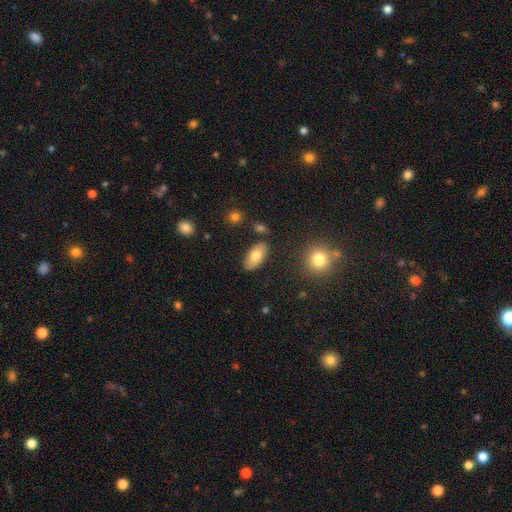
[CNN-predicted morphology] Smooth or featured? smooth (76%)
How rounded? in between (92%)
Merging? none (84%)